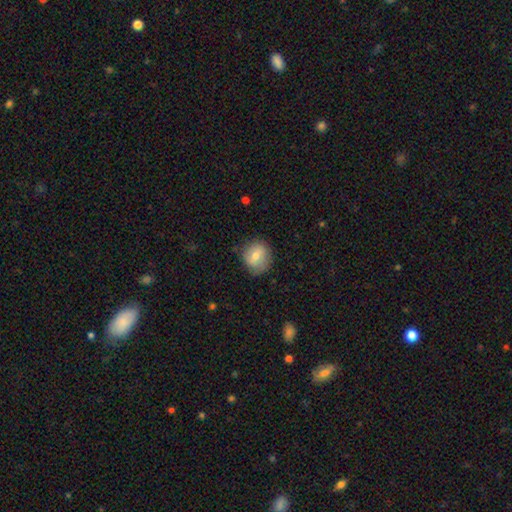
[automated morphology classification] A smooth galaxy with no disk features (66%) that is round (71%). Merging: none (71%).